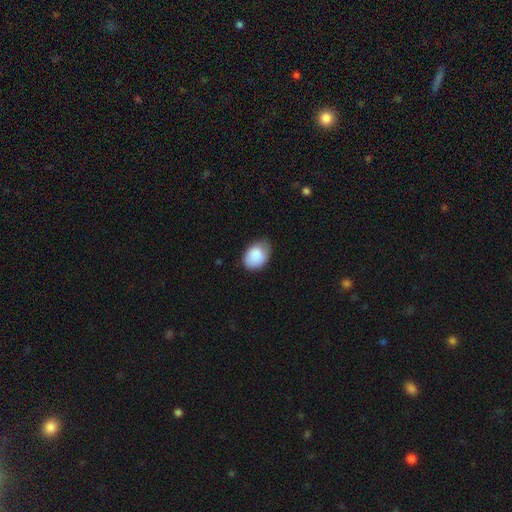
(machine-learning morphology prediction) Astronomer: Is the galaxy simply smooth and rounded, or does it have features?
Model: smooth — 87%.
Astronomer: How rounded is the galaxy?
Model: in between — 76%.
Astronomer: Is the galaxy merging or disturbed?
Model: none — 62%.